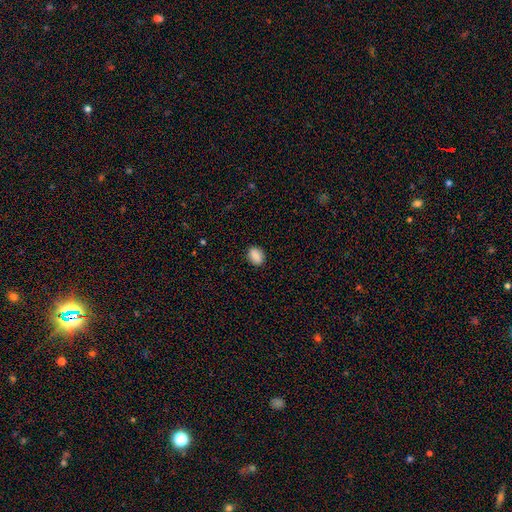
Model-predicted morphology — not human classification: A smooth galaxy with no disk features (86%) that is in between round and cigar-shaped (64%). Merging: none (88%).